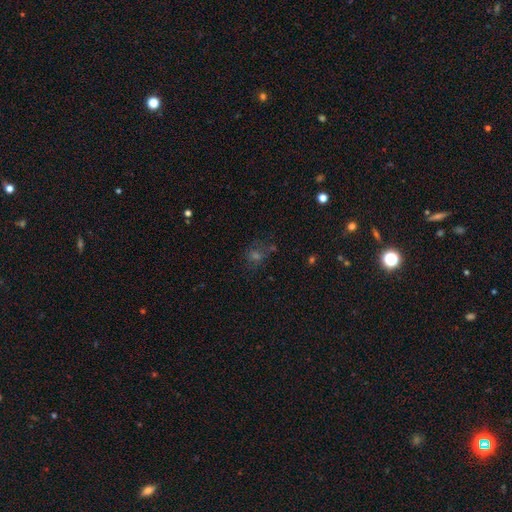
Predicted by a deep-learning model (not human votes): Smooth or featured: star or artifact — 42% (smooth — 41%)